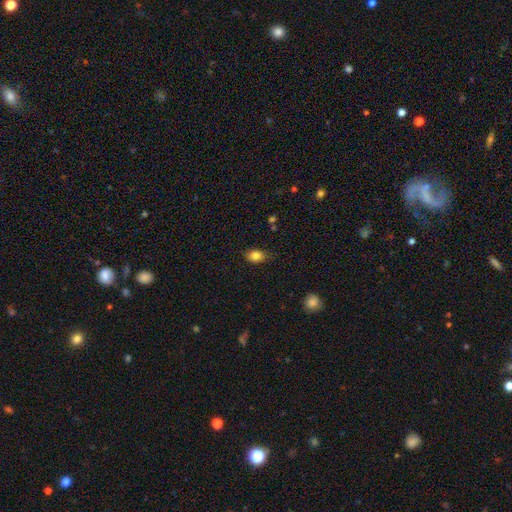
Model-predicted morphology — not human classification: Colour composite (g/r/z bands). It shows a smooth galaxy with no disk features (84%) that is in between round and cigar-shaped (67%). Merging: none (76%).